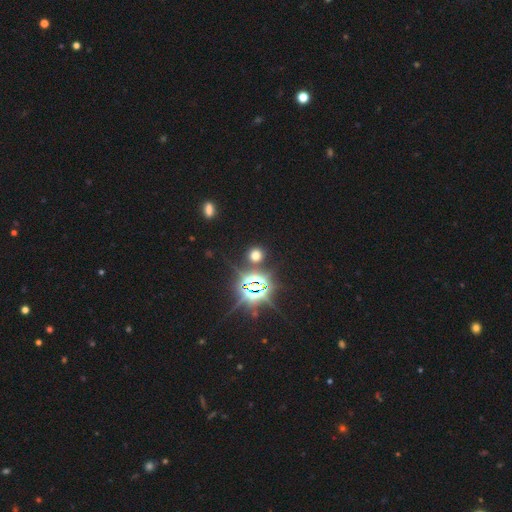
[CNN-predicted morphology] Smooth or featured?
  - smooth: 52% *
  - star or artifact: 41%
  - featured or disk: 7%
How rounded?
  - round: 87% *
  - in between: 12%
  - cigar-shaped: 2%
Merging?
  - none: 86% *
  - minor disturbance: 7%
  - merger: 4%
  - major disturbance: 3%